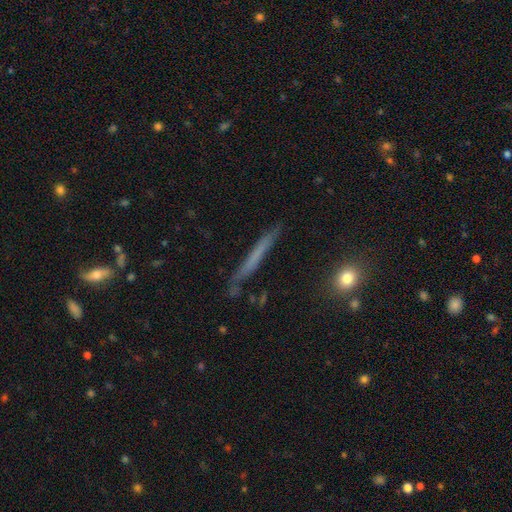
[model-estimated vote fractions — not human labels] Smooth or featured? Predicted: smooth (p=0.48). Merging? Predicted: none (p=0.83).